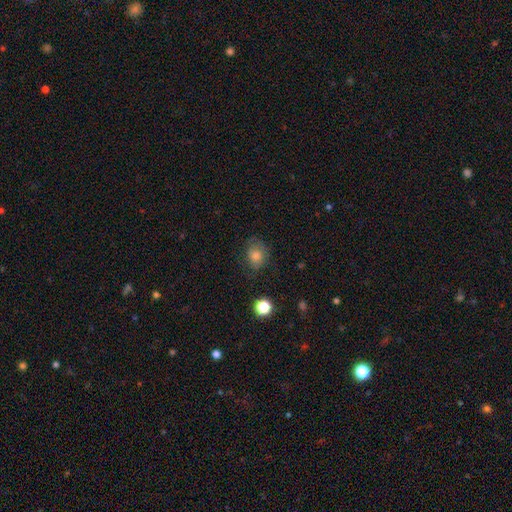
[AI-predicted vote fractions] Smooth or featured?
  - smooth: 70% *
  - featured or disk: 15%
  - star or artifact: 15%
How rounded?
  - round: 61% *
  - in between: 38%
  - cigar-shaped: 1%
Merging?
  - none: 71% *
  - minor disturbance: 20%
  - major disturbance: 7%
  - merger: 1%